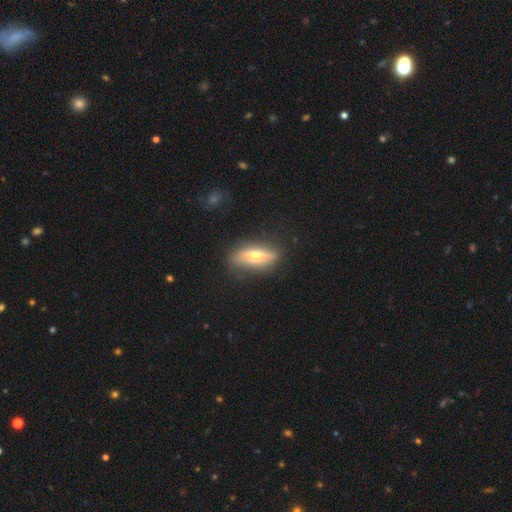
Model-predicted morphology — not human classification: Smooth or featured?
  - featured or disk: 49% *
  - smooth: 44%
  - star or artifact: 7%
Merging?
  - none: 77% *
  - minor disturbance: 17%
  - major disturbance: 5%
  - merger: 2%